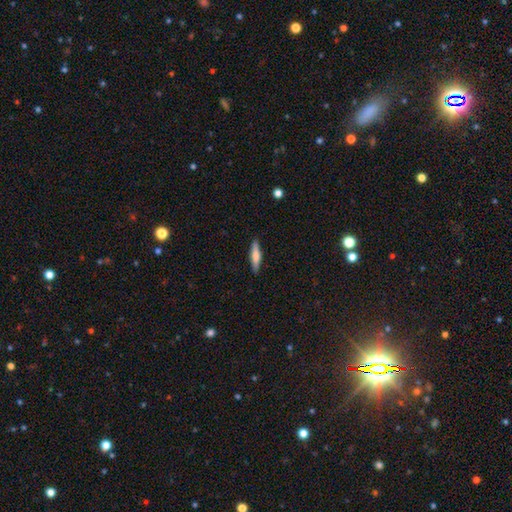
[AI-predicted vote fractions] This appears to be a smooth galaxy with no disk features (66%) that is cigar-shaped (82%). Merging: none (89%).